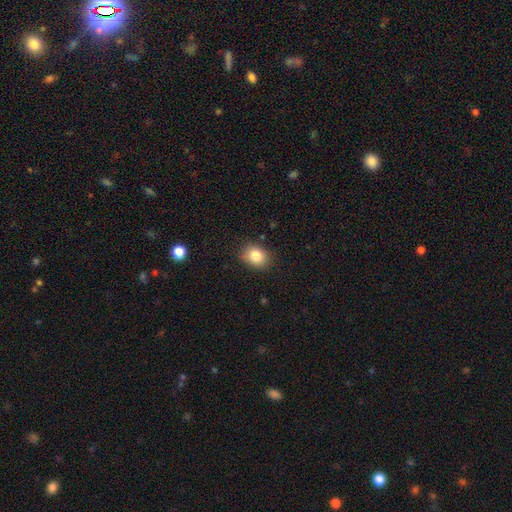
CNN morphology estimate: Q: Smooth or featured?
A: smooth (84%); runner-up: star or artifact (9%)
Q: How rounded?
A: in between (52%); runner-up: round (47%)
Q: Merging?
A: none (82%); runner-up: minor disturbance (14%)